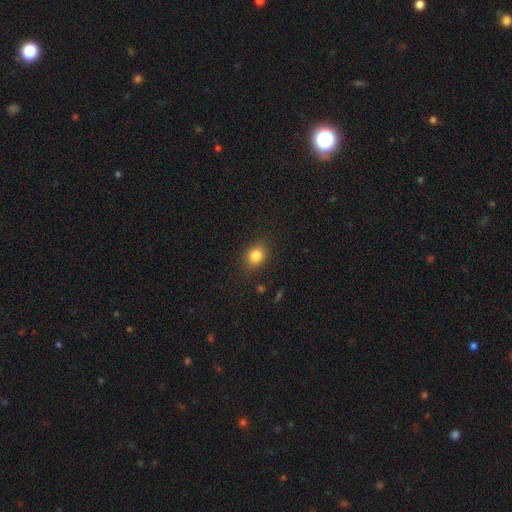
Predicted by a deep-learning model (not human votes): Overall: smooth (83%). How rounded: round (58%; in between 40%). Merging: none (84%).